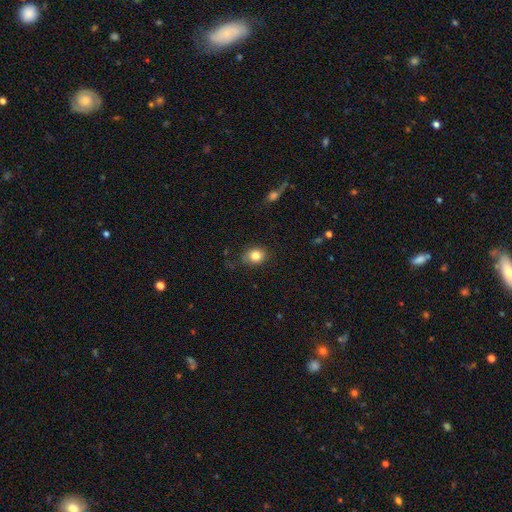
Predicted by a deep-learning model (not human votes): The model was most divided on "how rounded": round: 61%, in between: 38%, cigar-shaped: 1%. More confident: smooth or featured — smooth (83%); merging — none (80%).